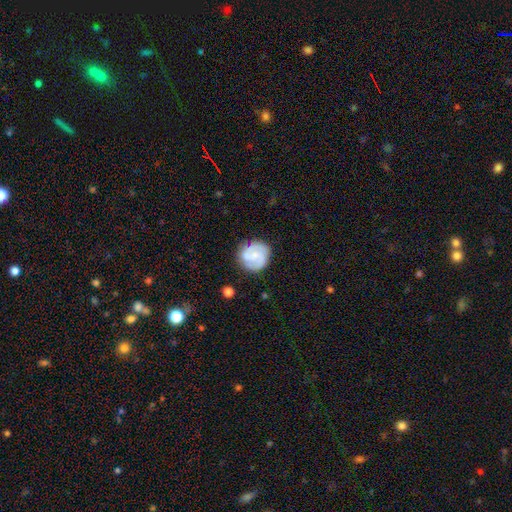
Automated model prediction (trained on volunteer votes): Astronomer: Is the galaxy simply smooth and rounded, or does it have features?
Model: featured or disk — 72%.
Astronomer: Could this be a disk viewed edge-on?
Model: no — 98%.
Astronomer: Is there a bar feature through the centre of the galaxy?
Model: no — 49% (runner-up: weak, 42%).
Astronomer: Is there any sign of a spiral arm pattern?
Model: yes — 94%.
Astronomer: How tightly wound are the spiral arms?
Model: tight — 46% (runner-up: medium, 43%).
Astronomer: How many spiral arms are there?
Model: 2 — 54%.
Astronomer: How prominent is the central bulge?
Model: small — 55%.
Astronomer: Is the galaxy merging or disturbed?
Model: none — 80%.